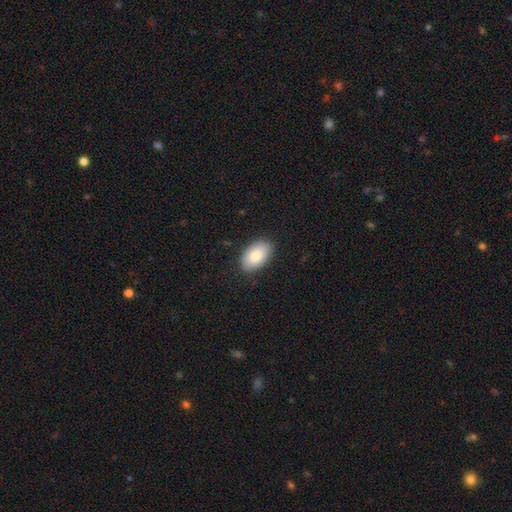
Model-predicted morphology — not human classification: The model was most divided on "smooth or featured": smooth: 83%, featured or disk: 11%, star or artifact: 6%. More confident: how rounded — in between (94%); merging — none (86%).